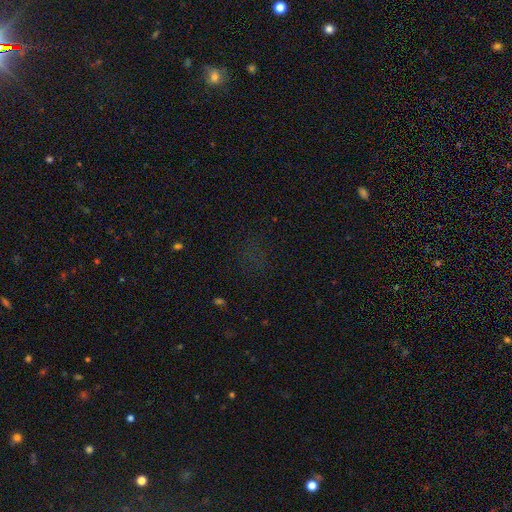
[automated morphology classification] star or artifact 63%, smooth 26%, featured or disk 11%.